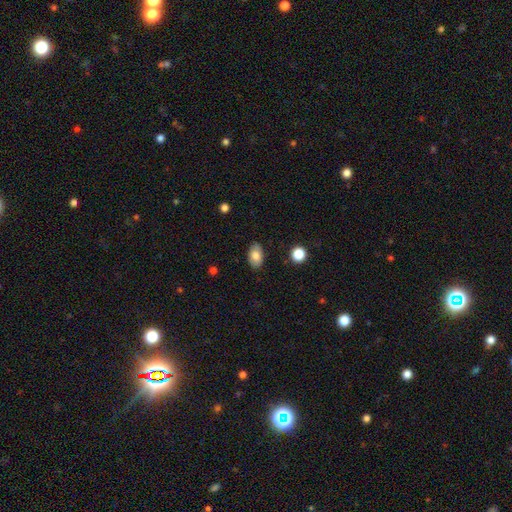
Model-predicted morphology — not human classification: Smooth or featured? smooth (79%)
How rounded? in between (92%)
Merging? none (87%)